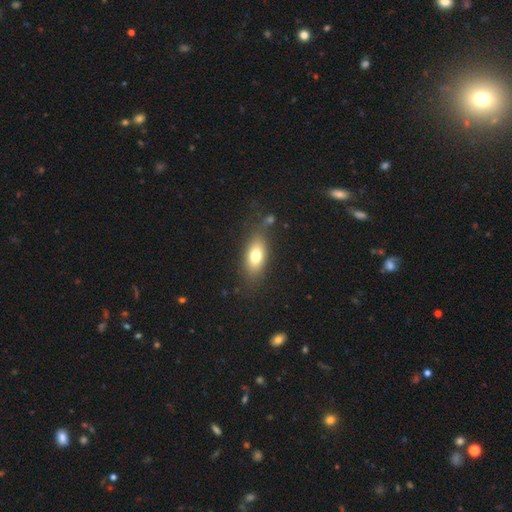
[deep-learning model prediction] Q: Smooth or featured?
A: smooth (72%); runner-up: featured or disk (19%)
Q: How rounded?
A: in between (81%); runner-up: cigar-shaped (12%)
Q: Merging?
A: none (74%); runner-up: minor disturbance (16%)